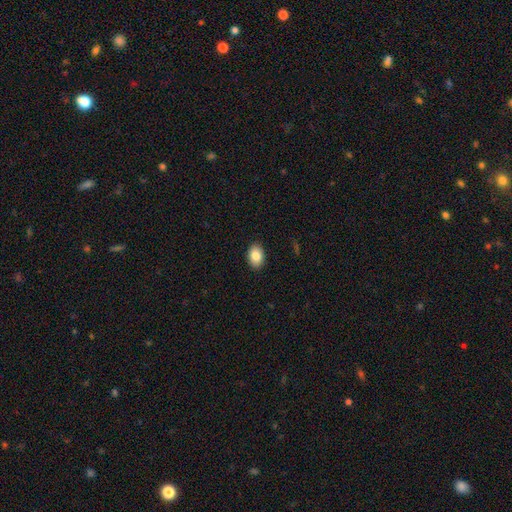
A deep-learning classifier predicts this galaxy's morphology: Q: Smooth or featured?
A: smooth (85%); runner-up: featured or disk (8%)
Q: How rounded?
A: in between (84%); runner-up: round (15%)
Q: Merging?
A: none (90%); runner-up: minor disturbance (7%)